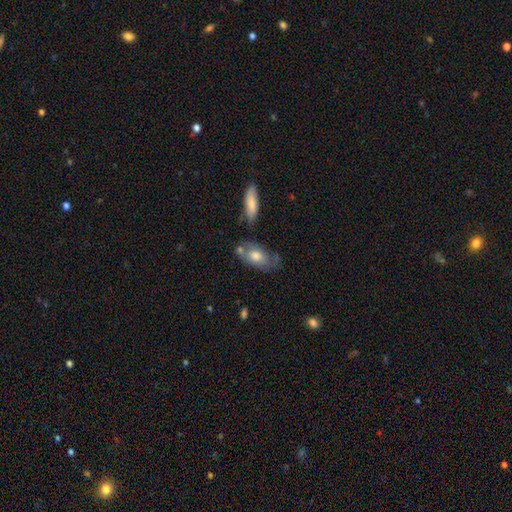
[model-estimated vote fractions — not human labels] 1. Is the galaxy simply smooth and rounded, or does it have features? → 61% smooth, 32% featured or disk, 7% star or artifact.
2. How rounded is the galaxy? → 87% in between, 7% cigar-shaped, 6% round.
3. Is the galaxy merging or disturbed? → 52% none, 24% minor disturbance, 15% merger, 9% major disturbance.